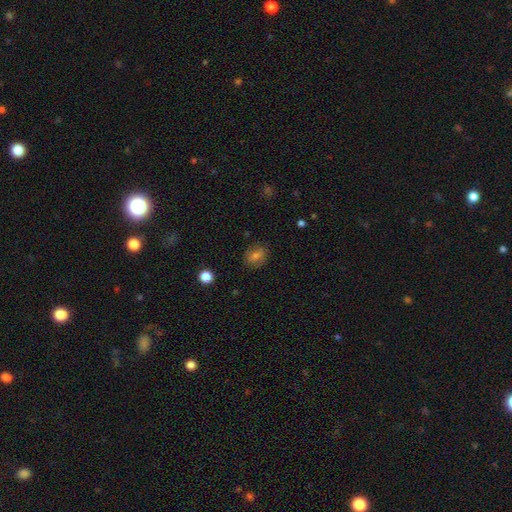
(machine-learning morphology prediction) smooth-or-featured: smooth: 65% | featured or disk: 20% | star or artifact: 15%
  how-rounded: round: 59% | in between: 40% | cigar-shaped: 2%
  merging: none: 84% | minor disturbance: 12% | major disturbance: 4% | merger: 1%